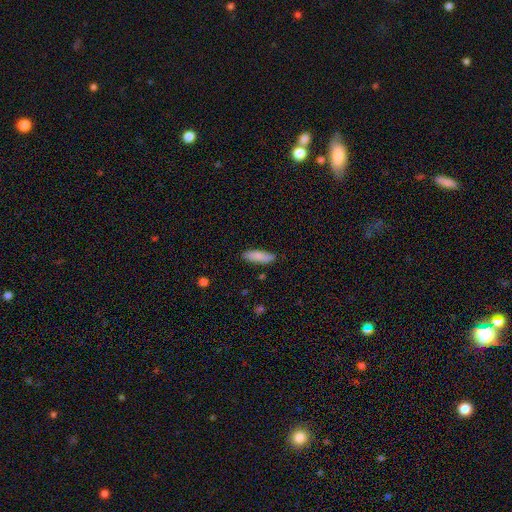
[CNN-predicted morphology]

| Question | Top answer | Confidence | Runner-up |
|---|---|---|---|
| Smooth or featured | smooth | 85% | featured or disk (9%) |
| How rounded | cigar-shaped | 51% | in between (47%) |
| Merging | none | 85% | minor disturbance (11%) |